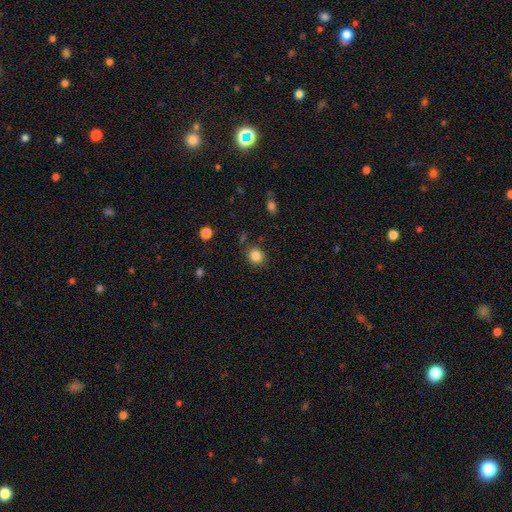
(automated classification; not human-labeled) Smooth or featured?
  - smooth: 85% *
  - star or artifact: 11%
  - featured or disk: 5%
How rounded?
  - round: 76% *
  - in between: 23%
  - cigar-shaped: 1%
Merging?
  - none: 82% *
  - minor disturbance: 11%
  - major disturbance: 3%
  - merger: 3%